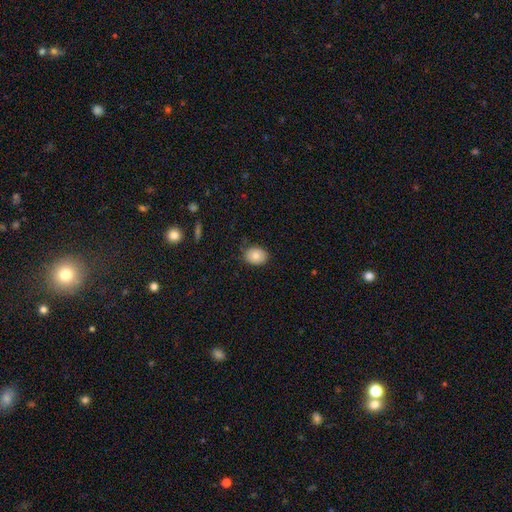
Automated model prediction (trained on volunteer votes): Q: Smooth or featured?
A: smooth (82%); runner-up: featured or disk (10%)
Q: How rounded?
A: in between (56%); runner-up: round (43%)
Q: Merging?
A: none (83%); runner-up: minor disturbance (13%)